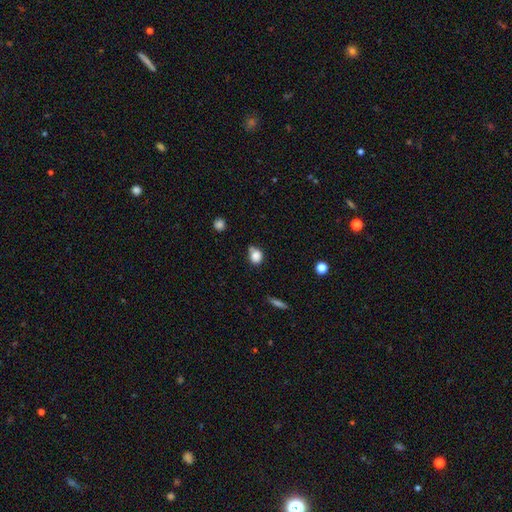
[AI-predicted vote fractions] Smooth or featured? smooth (83%)
How rounded? round (61%)
Merging? none (57%)